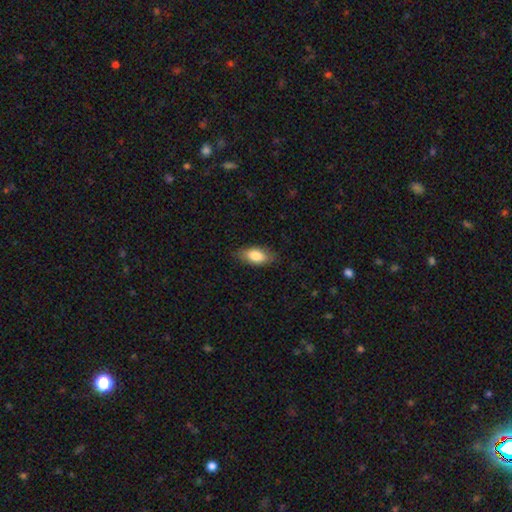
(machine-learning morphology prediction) Overall: smooth (81%). How rounded: in between (87%). Merging: none (82%).